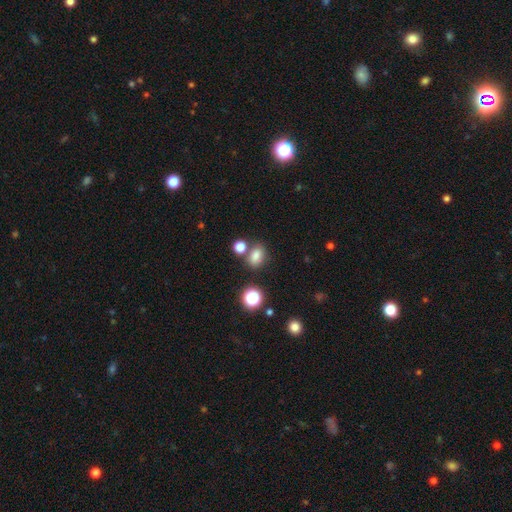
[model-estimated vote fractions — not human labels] Morphology: type=smooth (78%); roundness=in between (68%); merging=none (66%).